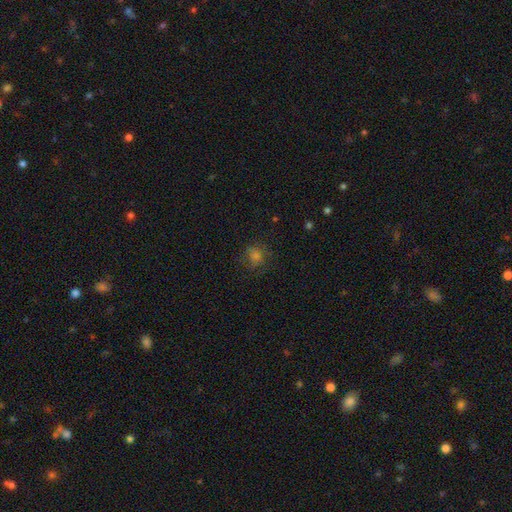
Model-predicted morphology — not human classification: This appears to be a smooth galaxy with no disk features (72%) that is round (78%). Merging: none (73%).